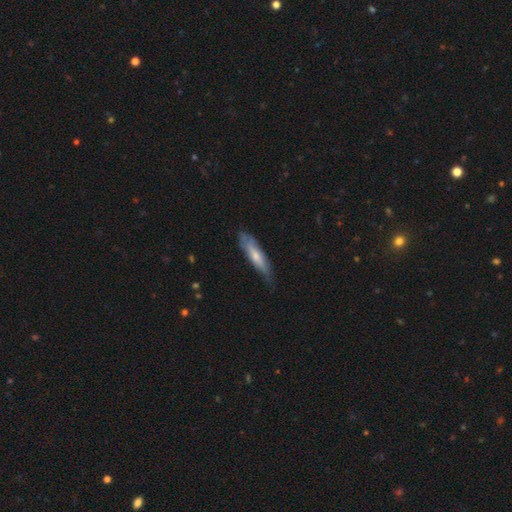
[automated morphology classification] Smooth or featured? Predicted: smooth (p=0.56). How rounded? Predicted: cigar-shaped (p=0.71). Merging? Predicted: none (p=0.64).